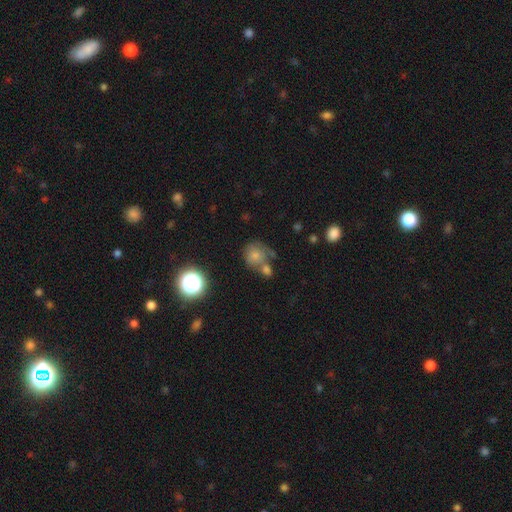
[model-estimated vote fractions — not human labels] Smooth or featured: smooth — 70% (star or artifact — 15%)
How rounded: round — 79% (in between — 20%)
Merging: none — 40% (merger — 36%)